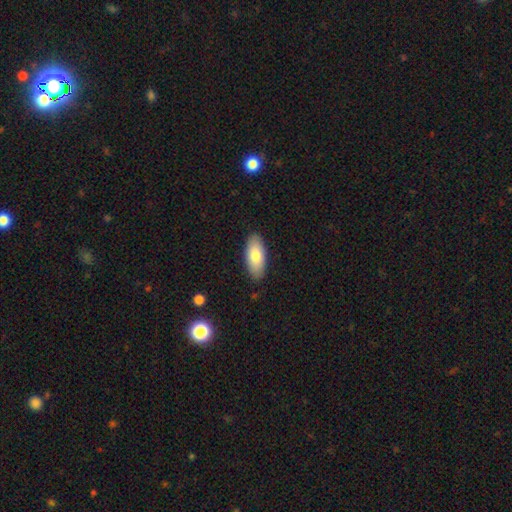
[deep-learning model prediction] smooth 79%, featured or disk 15%, star or artifact 6%. Down the decision tree: how rounded — in between (88%); merging — none (87%).